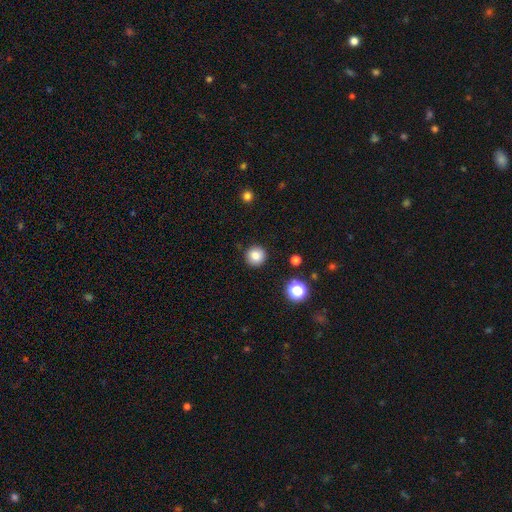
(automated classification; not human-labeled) The model was most divided on "smooth or featured": smooth: 84%, star or artifact: 11%, featured or disk: 5%. More confident: how rounded — round (95%); merging — none (91%).